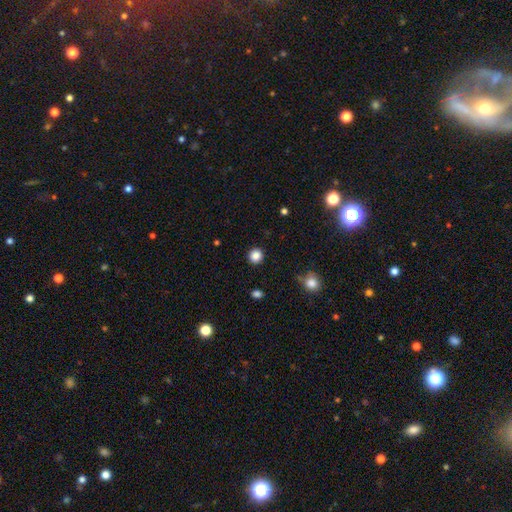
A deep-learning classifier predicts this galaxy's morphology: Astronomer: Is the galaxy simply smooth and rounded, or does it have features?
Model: smooth — 86%.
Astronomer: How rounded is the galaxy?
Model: round — 93%.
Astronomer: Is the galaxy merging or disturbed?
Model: none — 91%.